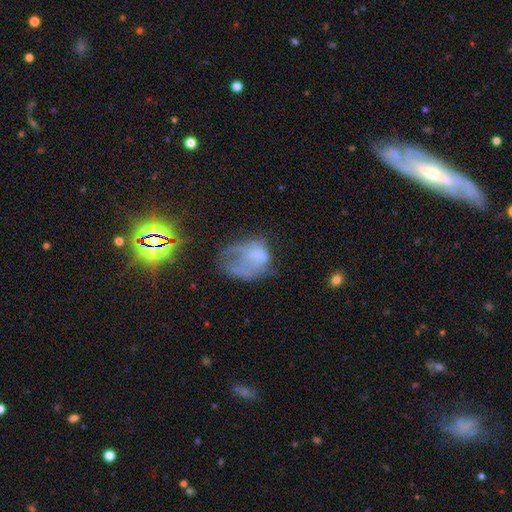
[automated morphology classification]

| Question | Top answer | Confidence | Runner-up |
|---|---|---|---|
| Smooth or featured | smooth | 44% | featured or disk (43%) |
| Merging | major disturbance | 49% | none (22%) |